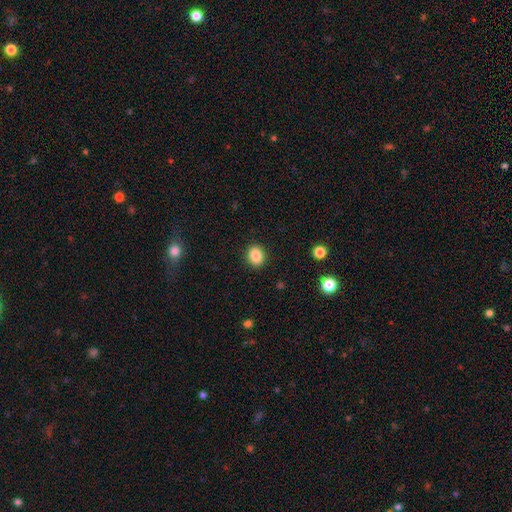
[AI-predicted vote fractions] smooth-or-featured: smooth: 85% | star or artifact: 10% | featured or disk: 5%
  how-rounded: round: 57% | in between: 42% | cigar-shaped: 1%
  merging: none: 91% | minor disturbance: 6% | major disturbance: 2% | merger: 1%